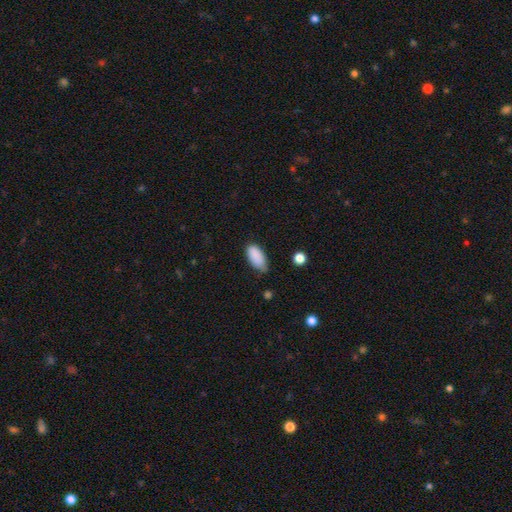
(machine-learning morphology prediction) This appears to be a smooth galaxy with no disk features (88%) that is in between round and cigar-shaped (93%). Merging: none (57%).